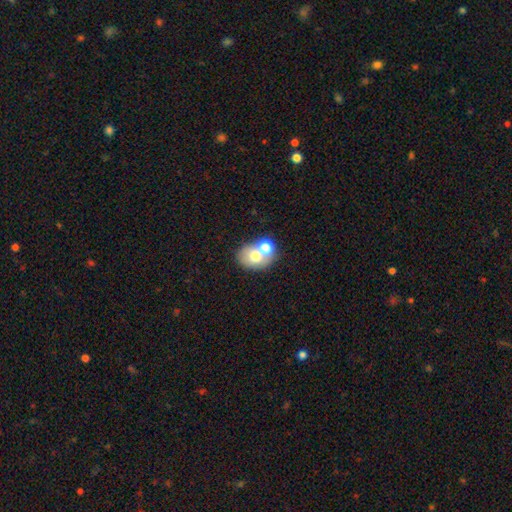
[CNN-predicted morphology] Smooth or featured? smooth (66%)
How rounded? in between (59%)
Merging? merger (50%)